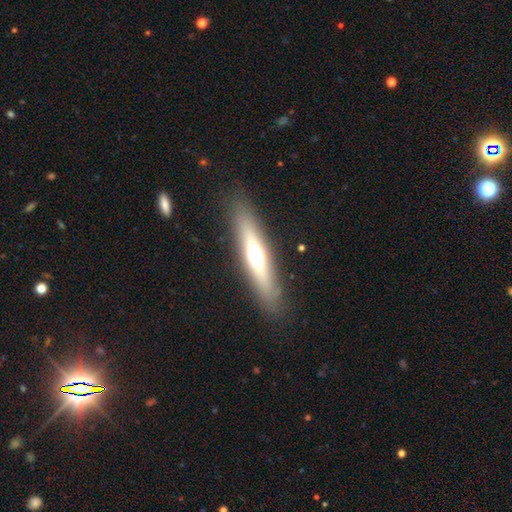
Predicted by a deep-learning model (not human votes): A featured or disk galaxy (51%) viewed edge-on (86%).

Vote fractions:
- Smooth or featured? featured or disk: 51% / smooth: 39% / star or artifact: 9%
- Edge-on disk? yes: 86% / no: 14%
- Merging? none: 87% / minor disturbance: 9% / major disturbance: 3% / merger: 1%